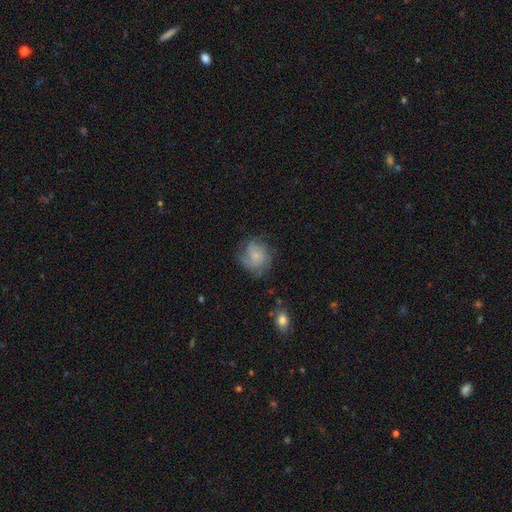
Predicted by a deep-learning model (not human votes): featured or disk 49%, smooth 42%, star or artifact 9%. Down the decision tree: merging — none (65%).